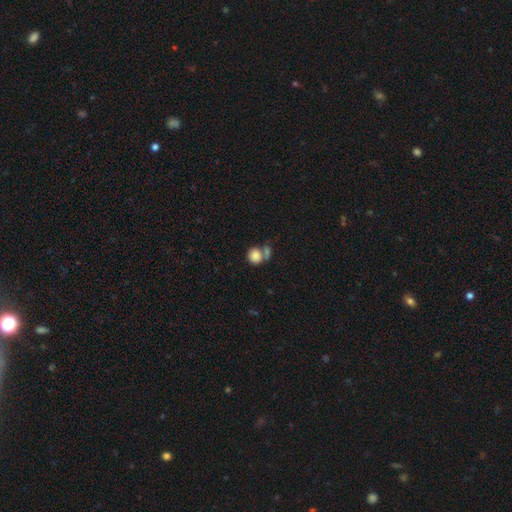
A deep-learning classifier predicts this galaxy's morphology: The model was most divided on "merging" (2-way tie): merger: 42%, none: 42%, minor disturbance: 10%, major disturbance: 6%. More confident: smooth or featured — smooth (83%); how rounded — round (81%).